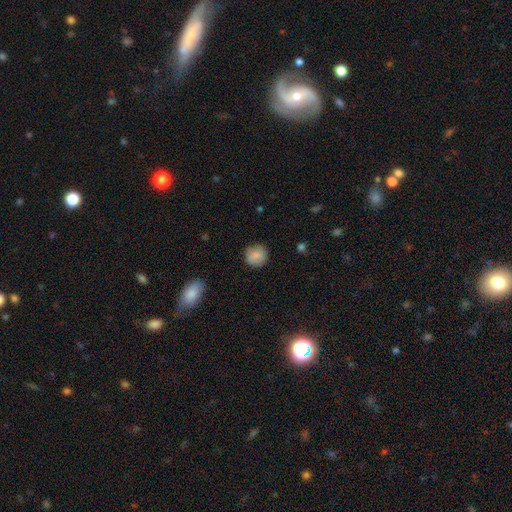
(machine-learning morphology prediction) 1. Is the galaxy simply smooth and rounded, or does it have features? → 85% smooth, 8% featured or disk, 8% star or artifact.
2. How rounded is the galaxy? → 90% round, 9% in between, 1% cigar-shaped.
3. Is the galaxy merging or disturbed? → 85% none, 11% minor disturbance, 3% major disturbance, 1% merger.